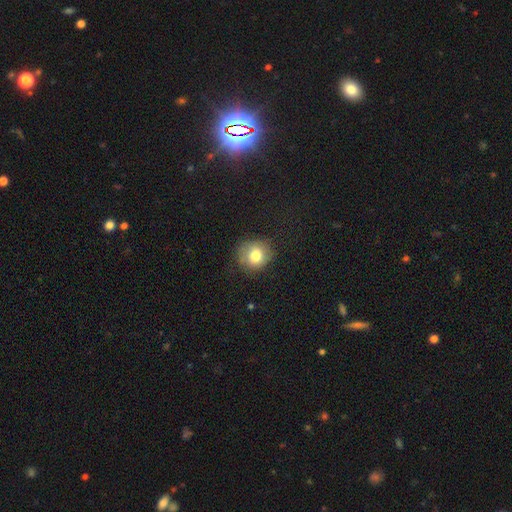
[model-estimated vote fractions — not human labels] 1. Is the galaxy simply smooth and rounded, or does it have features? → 79% smooth, 12% featured or disk, 10% star or artifact.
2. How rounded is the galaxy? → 80% round, 19% in between, 1% cigar-shaped.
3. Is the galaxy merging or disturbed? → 72% none, 20% minor disturbance, 7% major disturbance, 1% merger.